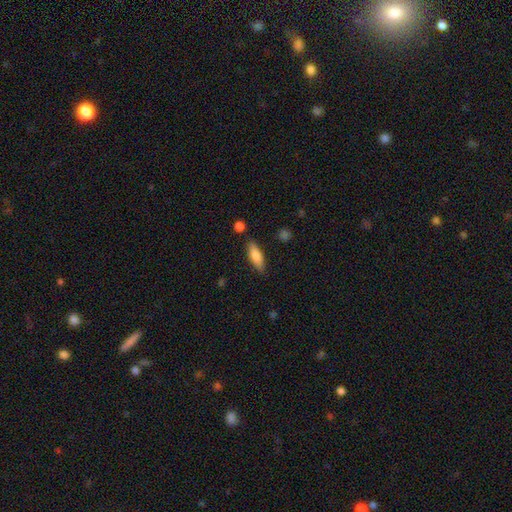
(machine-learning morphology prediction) Smooth or featured: smooth — 80% (featured or disk — 14%)
How rounded: in between — 54% (cigar-shaped — 44%)
Merging: none — 83% (minor disturbance — 11%)